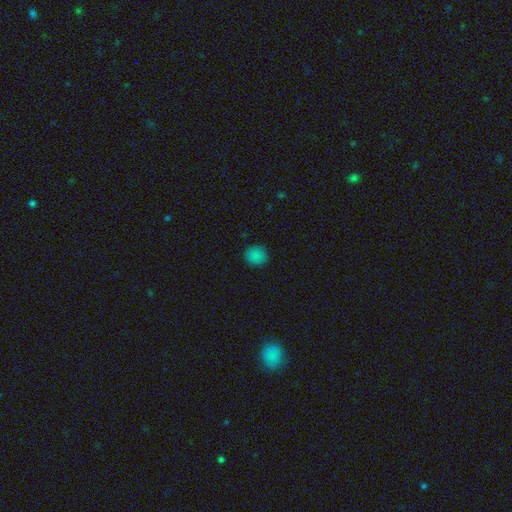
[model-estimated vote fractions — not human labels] Smooth or featured?
  - smooth: 83% *
  - star or artifact: 14%
  - featured or disk: 3%
How rounded?
  - round: 88% *
  - in between: 11%
  - cigar-shaped: 1%
Merging?
  - none: 90% *
  - minor disturbance: 7%
  - major disturbance: 2%
  - merger: 1%